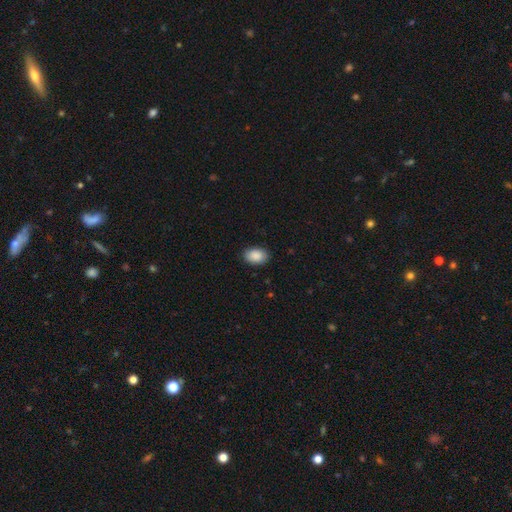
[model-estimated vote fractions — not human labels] This is clearly a smooth galaxy (90%). How rounded: clearly in between (86%). Merging: clearly none (88%).